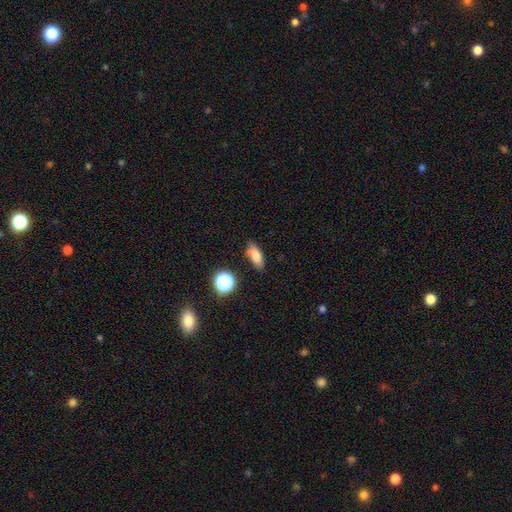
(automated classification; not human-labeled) This is likely a smooth galaxy (78%). How rounded: likely in between (75%). Merging: likely none (76%).